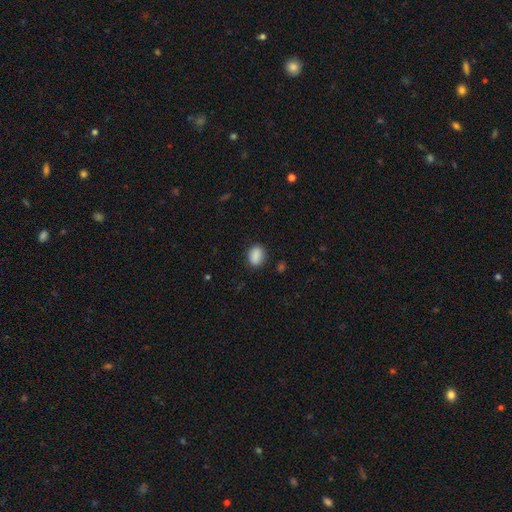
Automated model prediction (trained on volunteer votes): Smooth or featured?
  - smooth: 89% *
  - star or artifact: 8%
  - featured or disk: 3%
How rounded?
  - in between: 72% *
  - round: 27%
  - cigar-shaped: 1%
Merging?
  - none: 86% *
  - minor disturbance: 10%
  - major disturbance: 3%
  - merger: 1%